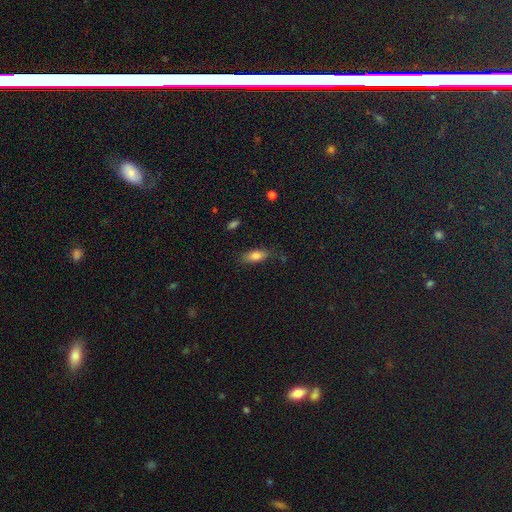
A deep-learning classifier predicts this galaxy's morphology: smooth-or-featured: smooth: 81% | featured or disk: 10% | star or artifact: 9%
  how-rounded: in between: 79% | cigar-shaped: 18% | round: 3%
  merging: none: 78% | minor disturbance: 16% | major disturbance: 4% | merger: 2%